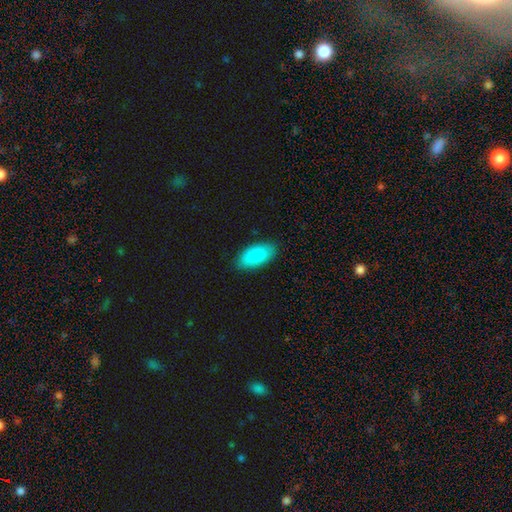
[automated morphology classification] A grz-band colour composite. It shows a smooth galaxy with no disk features (89%) that is in between round and cigar-shaped (92%). Merging: none (85%).